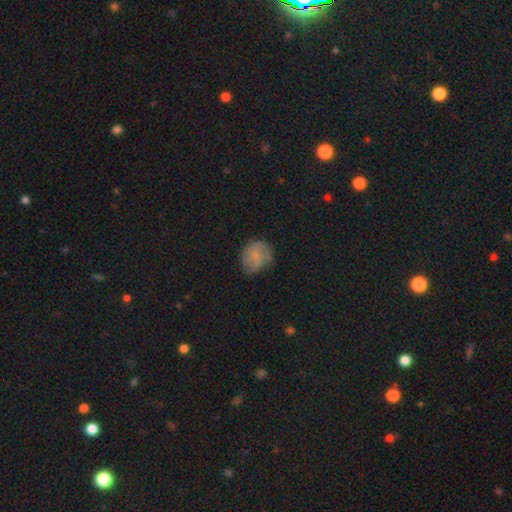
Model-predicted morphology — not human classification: type=smooth (65%); roundness=round (59%); merging=none (63%).